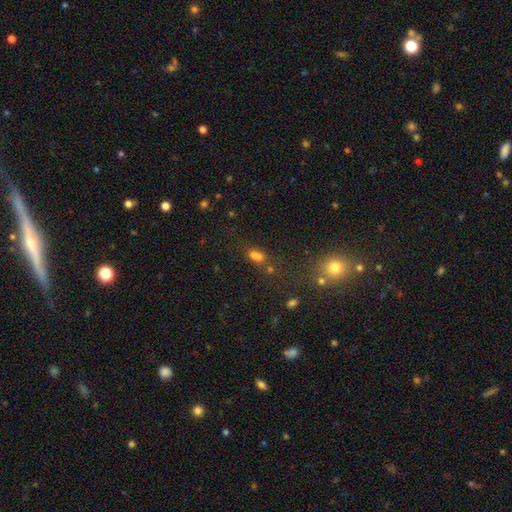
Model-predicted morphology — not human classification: Smooth or featured?
  - smooth: 60% *
  - star or artifact: 27%
  - featured or disk: 13%
How rounded?
  - round: 50% *
  - in between: 45%
  - cigar-shaped: 5%
Merging?
  - none: 43% *
  - merger: 42%
  - minor disturbance: 10%
  - major disturbance: 6%